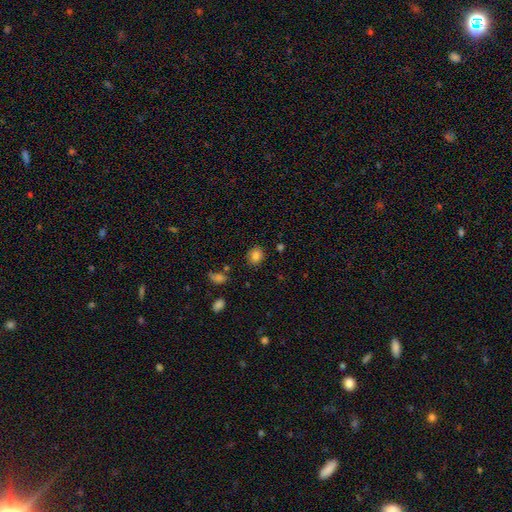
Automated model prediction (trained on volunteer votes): Q: Smooth or featured?
A: smooth (83%); runner-up: star or artifact (11%)
Q: How rounded?
A: round (56%); runner-up: in between (43%)
Q: Merging?
A: none (85%); runner-up: minor disturbance (10%)